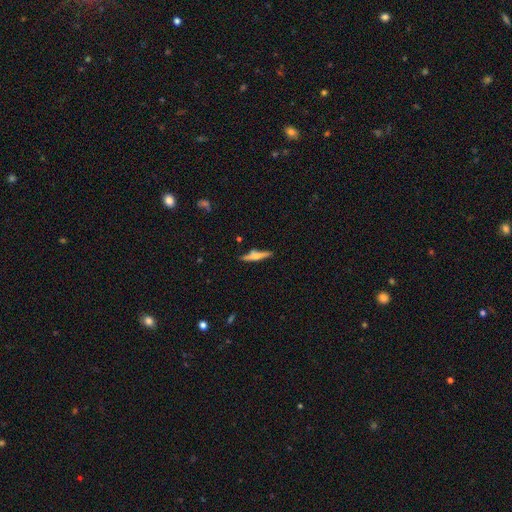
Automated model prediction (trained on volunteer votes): Smooth or featured?
  - featured or disk: 49% *
  - smooth: 45%
  - star or artifact: 7%
Merging?
  - none: 78% *
  - minor disturbance: 15%
  - major disturbance: 4%
  - merger: 3%